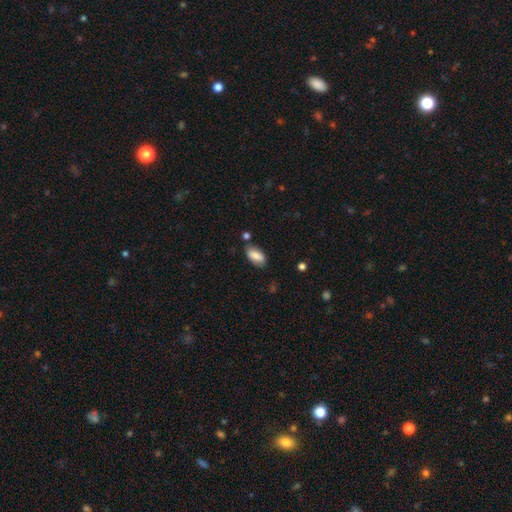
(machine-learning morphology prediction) A smooth galaxy with no disk features (84%) that is in between round and cigar-shaped (92%).

Vote fractions:
- Smooth or featured? smooth: 84% / featured or disk: 10% / star or artifact: 7%
- How rounded? in between: 92% / cigar-shaped: 6% / round: 3%
- Merging? none: 76% / minor disturbance: 16% / merger: 5% / major disturbance: 3%